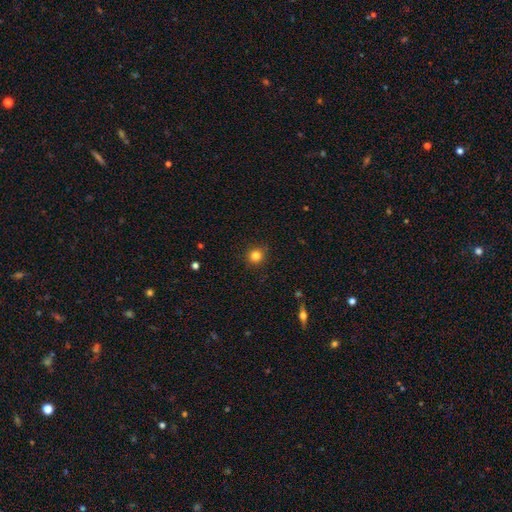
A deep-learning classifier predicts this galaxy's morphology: smooth_or_featured: smooth (p=0.84) [alt: star or artifact p=0.12]
how_rounded: round (p=0.91) [alt: in between p=0.08]
merging: none (p=0.90) [alt: minor disturbance p=0.07]